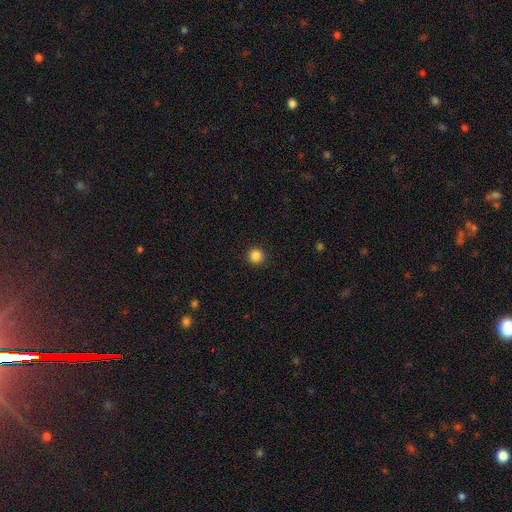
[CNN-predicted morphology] A smooth galaxy with no disk features (86%) that is round (95%). Merging: none (93%).